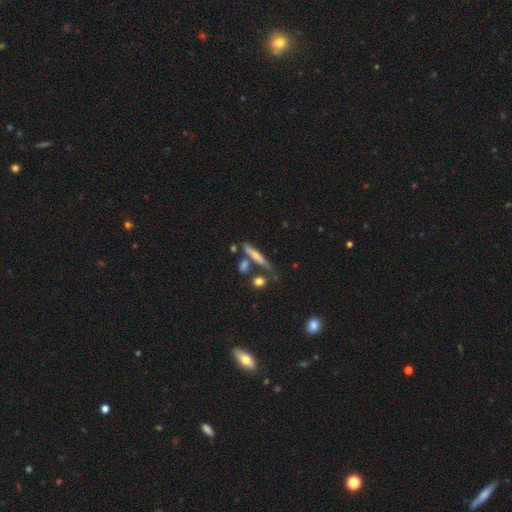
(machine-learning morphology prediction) Smooth or featured?
  - smooth: 58% *
  - featured or disk: 34%
  - star or artifact: 8%
How rounded?
  - cigar-shaped: 85% *
  - in between: 11%
  - round: 3%
Merging?
  - none: 66% *
  - merger: 15%
  - minor disturbance: 14%
  - major disturbance: 5%